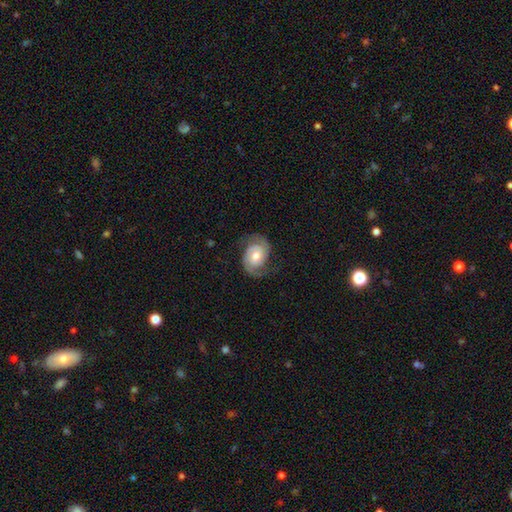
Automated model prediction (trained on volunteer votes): A featured or disk galaxy (82%) with no bar (65%), 2 (90%) medium (43%) spiral arms (95%) and a moderate central bulge (68%). Merging: none (74%).